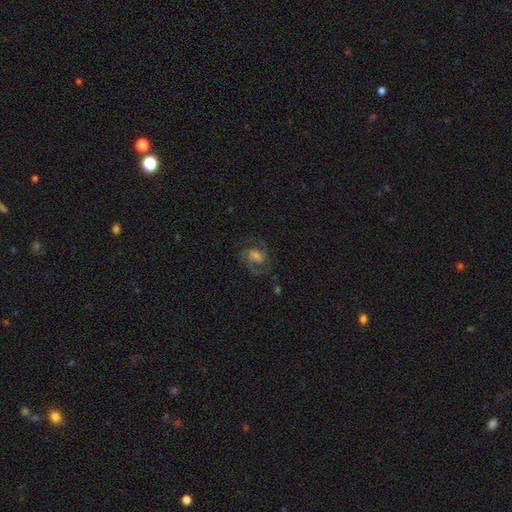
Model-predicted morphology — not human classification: type=featured or disk (83%); edge-on=no (98%); bar=weak (50%); spiral arms=yes (97%); winding=medium (60%); arm count=2 (80%); bulge=moderate (44%); merging=none (75%).